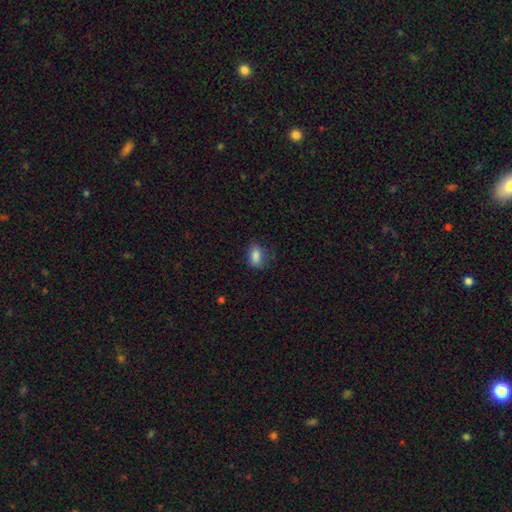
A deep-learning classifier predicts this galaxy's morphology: smooth 85%, star or artifact 9%, featured or disk 6%. Down the decision tree: how rounded — in between (83%); merging — none (74%).